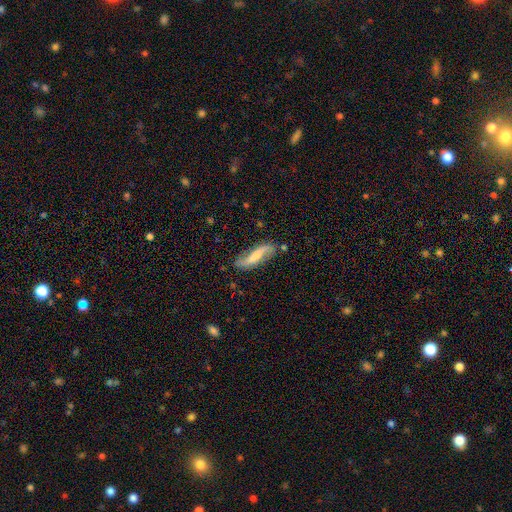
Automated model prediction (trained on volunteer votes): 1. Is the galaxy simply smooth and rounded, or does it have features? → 65% featured or disk, 29% smooth, 6% star or artifact.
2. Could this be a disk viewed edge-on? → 85% no, 15% yes.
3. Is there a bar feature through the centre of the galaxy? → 37% weak, 34% no, 29% strong.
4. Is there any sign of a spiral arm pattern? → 92% yes, 8% no.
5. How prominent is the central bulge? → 35% none, 27% small, 25% moderate, 10% large, 3% dominant.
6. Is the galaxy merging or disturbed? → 71% none, 20% minor disturbance, 6% major disturbance, 3% merger.